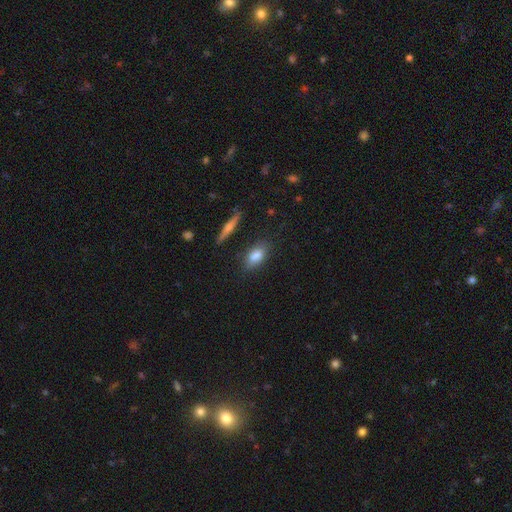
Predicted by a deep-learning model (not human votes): Overall: smooth (83%). How rounded: in between (84%). Merging: none (77%).